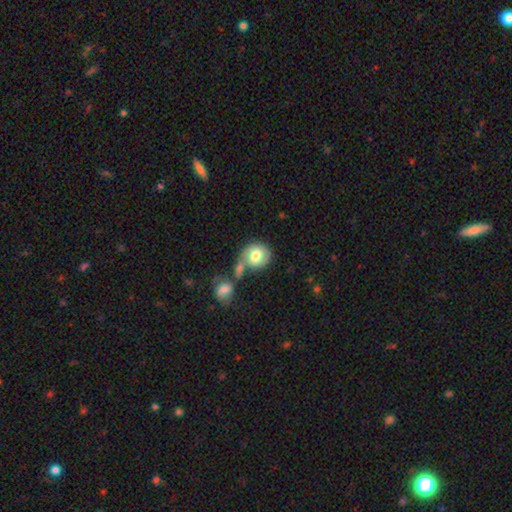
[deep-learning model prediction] A smooth galaxy with no disk features (68%) that is round (71%).

Vote fractions:
- Smooth or featured? smooth: 68% / featured or disk: 25% / star or artifact: 6%
- How rounded? round: 71% / in between: 28% / cigar-shaped: 1%
- Merging? merger: 41% / none: 37% / minor disturbance: 14% / major disturbance: 8%